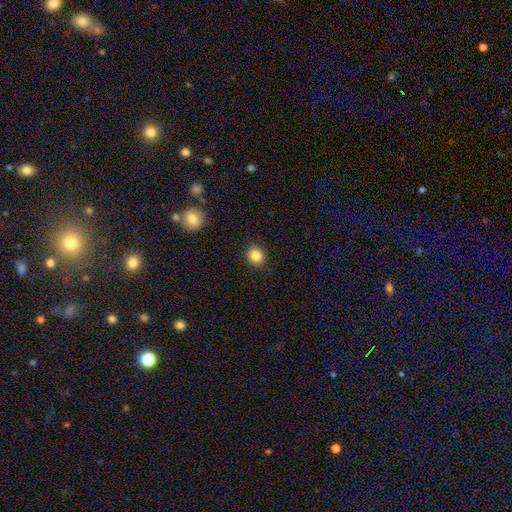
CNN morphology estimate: smooth-or-featured: smooth: 84% | star or artifact: 11% | featured or disk: 5%
  how-rounded: round: 83% | in between: 16% | cigar-shaped: 1%
  merging: none: 90% | minor disturbance: 7% | major disturbance: 2% | merger: 1%